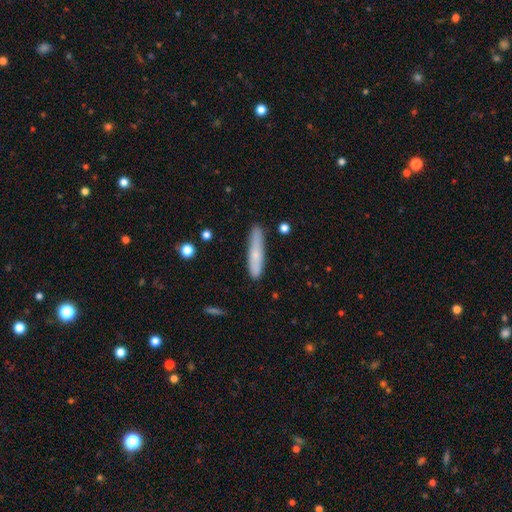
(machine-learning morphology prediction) smooth_or_featured: smooth (p=0.65) [alt: featured or disk p=0.29]
how_rounded: cigar-shaped (p=0.88) [alt: in between p=0.11]
merging: none (p=0.82) [alt: minor disturbance p=0.14]